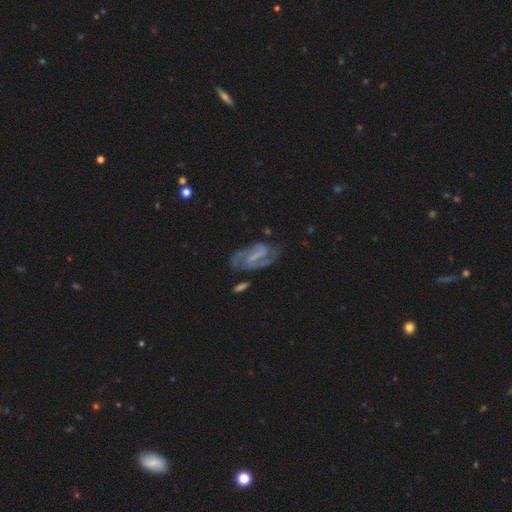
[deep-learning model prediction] The model was most divided on "bar": weak: 44%, strong: 36%, no: 19%. Remaining: edge-on disk — no (97%); spiral arms — yes (95%); spiral arm count — 2 (87%); smooth or featured — featured or disk (85%); merging — none (67%); spiral winding — medium (52%); bulge size — none (49%).